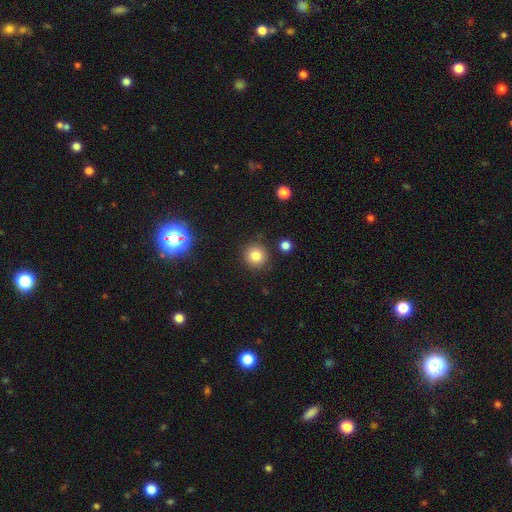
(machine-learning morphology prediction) A smooth galaxy with no disk features (82%) that is round (94%).

Vote fractions:
- Smooth or featured? smooth: 82% / star or artifact: 12% / featured or disk: 6%
- How rounded? round: 94% / in between: 5% / cigar-shaped: 1%
- Merging? none: 87% / minor disturbance: 7% / merger: 3% / major disturbance: 2%